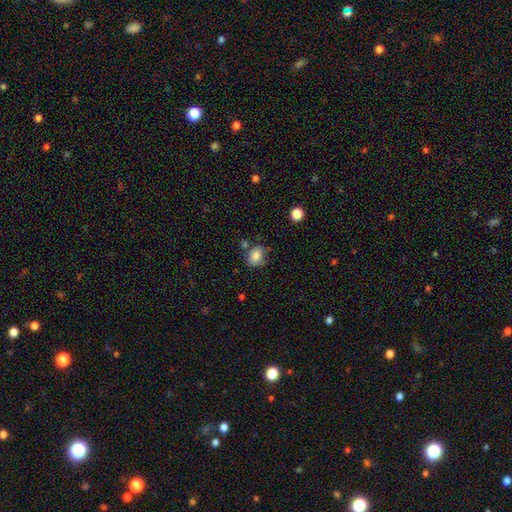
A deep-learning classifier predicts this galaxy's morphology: The model was most divided on "how rounded": in between: 60%, round: 39%, cigar-shaped: 1%. More confident: smooth or featured — smooth (84%); merging — none (60%).